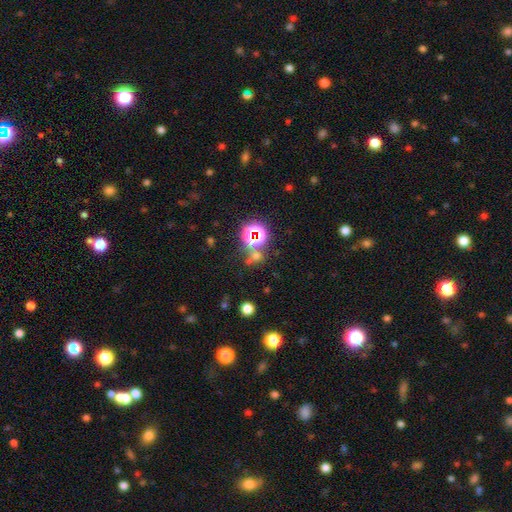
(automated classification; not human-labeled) Overall: star or artifact (51%; smooth 39%).